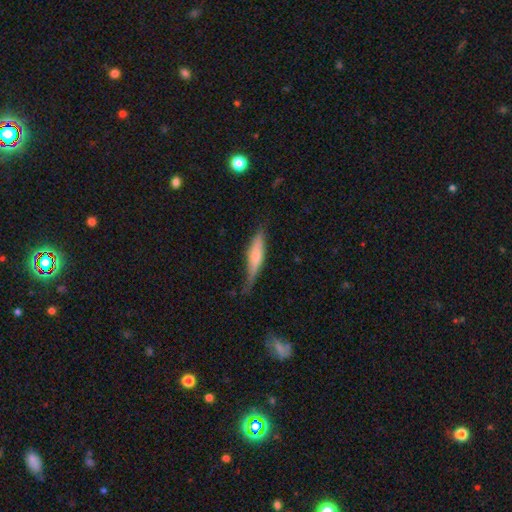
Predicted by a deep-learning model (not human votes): Smooth or featured?
  - smooth: 58% *
  - featured or disk: 37%
  - star or artifact: 6%
How rounded?
  - cigar-shaped: 79% *
  - in between: 19%
  - round: 2%
Merging?
  - none: 56% *
  - minor disturbance: 33%
  - major disturbance: 9%
  - merger: 2%